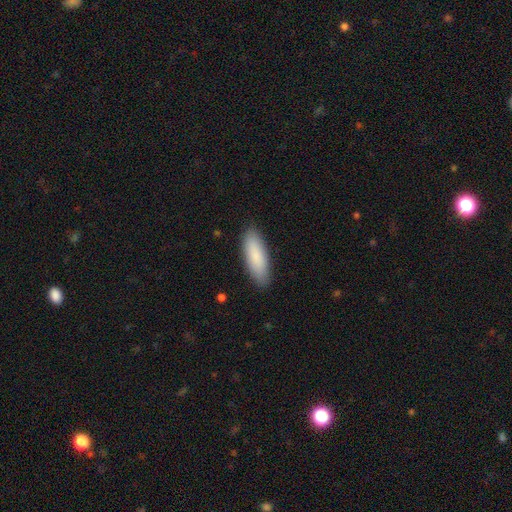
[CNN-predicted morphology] Q: Smooth or featured?
A: smooth (88%); runner-up: featured or disk (7%)
Q: How rounded?
A: in between (57%); runner-up: cigar-shaped (41%)
Q: Merging?
A: none (88%); runner-up: minor disturbance (9%)